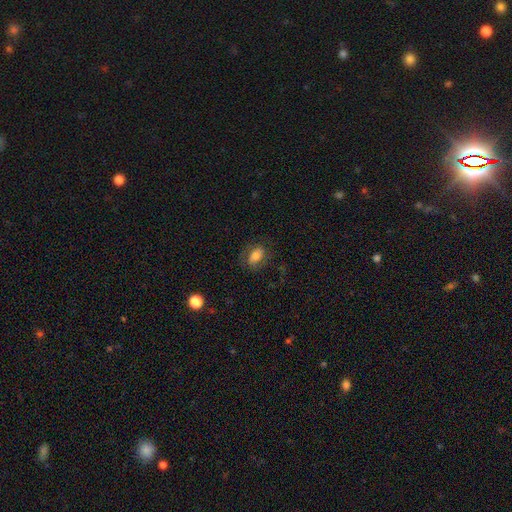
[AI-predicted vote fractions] A smooth galaxy with no disk features (68%) that is in between round and cigar-shaped (83%). Merging: none (72%).